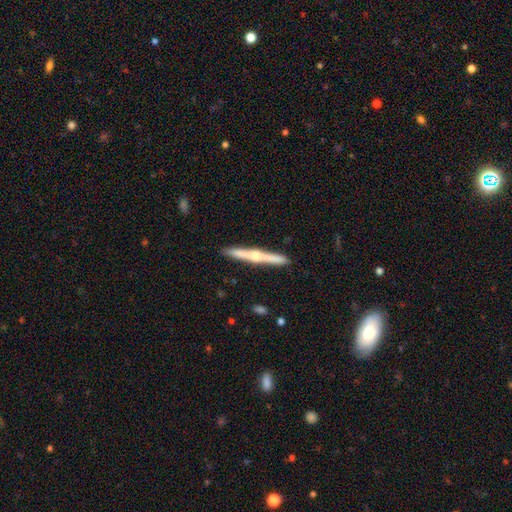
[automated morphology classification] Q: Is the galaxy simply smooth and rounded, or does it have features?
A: featured or disk — 71%.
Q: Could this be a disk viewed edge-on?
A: yes — 98%.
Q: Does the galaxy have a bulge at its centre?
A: rounded — 86%.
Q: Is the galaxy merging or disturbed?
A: none — 91%.